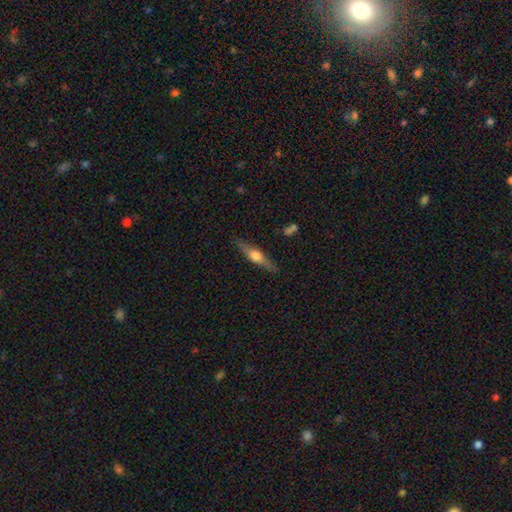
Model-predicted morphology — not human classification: Smooth or featured? Predicted: featured or disk (p=0.64). Edge-on disk? Predicted: yes (p=0.96). Edge-on bulge? Predicted: rounded (p=0.91). Merging? Predicted: none (p=0.86).